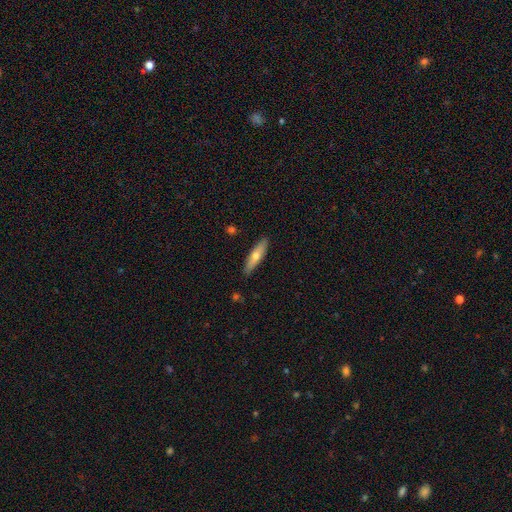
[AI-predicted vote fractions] Q: Smooth or featured?
A: smooth (54%); runner-up: featured or disk (39%)
Q: How rounded?
A: cigar-shaped (75%); runner-up: in between (23%)
Q: Merging?
A: none (89%); runner-up: minor disturbance (8%)